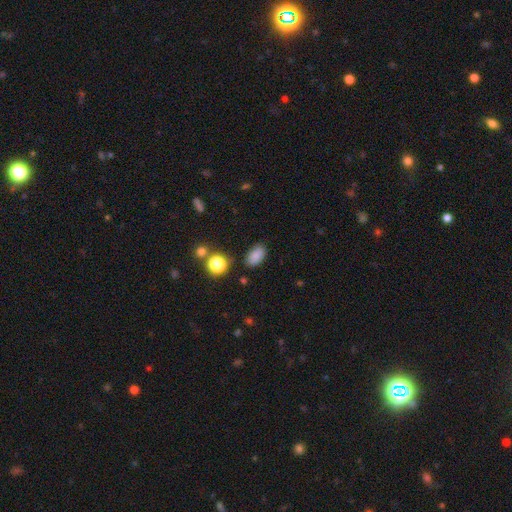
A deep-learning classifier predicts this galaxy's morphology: Q: Smooth or featured?
A: smooth (83%); runner-up: star or artifact (12%)
Q: How rounded?
A: in between (89%); runner-up: round (9%)
Q: Merging?
A: none (82%); runner-up: minor disturbance (12%)